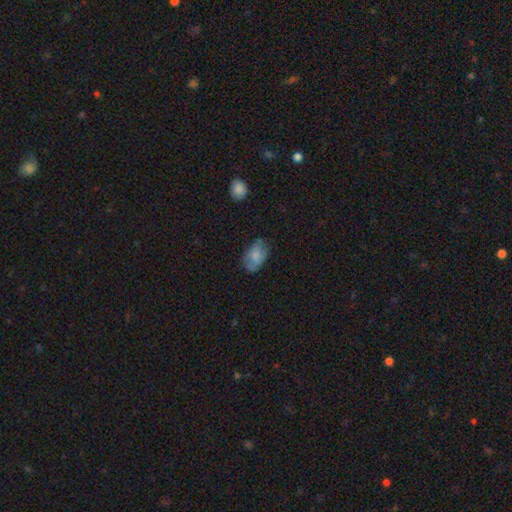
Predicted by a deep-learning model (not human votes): The model was most divided on "merging": none: 63%, minor disturbance: 27%, major disturbance: 9%, merger: 2%. More confident: how rounded — in between (90%); smooth or featured — smooth (71%).